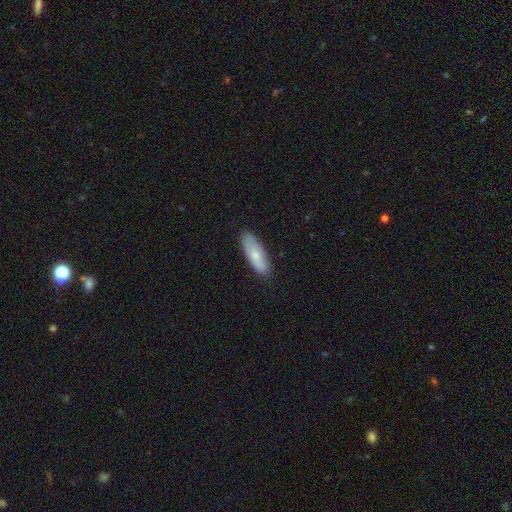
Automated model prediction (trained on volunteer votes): A smooth galaxy with no disk features (71%) that is in between round and cigar-shaped (61%).

Vote fractions:
- Smooth or featured? smooth: 71% / featured or disk: 23% / star or artifact: 6%
- How rounded? in between: 61% / cigar-shaped: 37% / round: 2%
- Merging? none: 85% / minor disturbance: 12% / major disturbance: 2% / merger: 1%